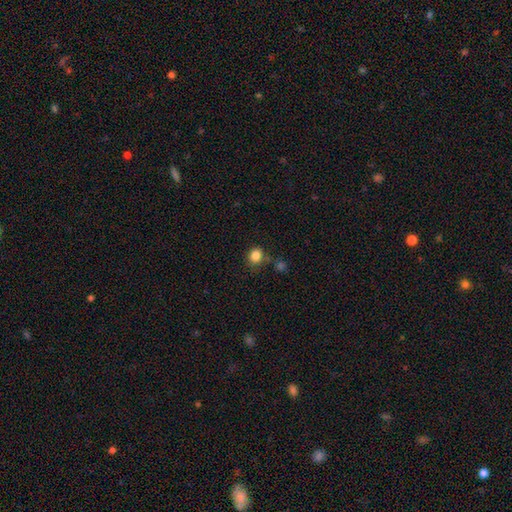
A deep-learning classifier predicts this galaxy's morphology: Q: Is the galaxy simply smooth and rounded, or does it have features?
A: smooth — 84%.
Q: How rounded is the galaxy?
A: round — 72%.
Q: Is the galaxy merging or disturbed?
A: none — 73%.